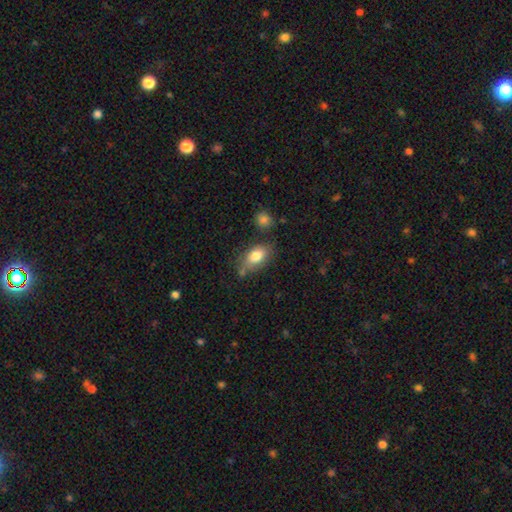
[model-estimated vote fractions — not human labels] A smooth galaxy with no disk features (80%) that is in between round and cigar-shaped (88%).

Vote fractions:
- Smooth or featured? smooth: 80% / featured or disk: 12% / star or artifact: 8%
- How rounded? in between: 88% / round: 8% / cigar-shaped: 4%
- Merging? none: 62% / minor disturbance: 22% / merger: 10% / major disturbance: 6%